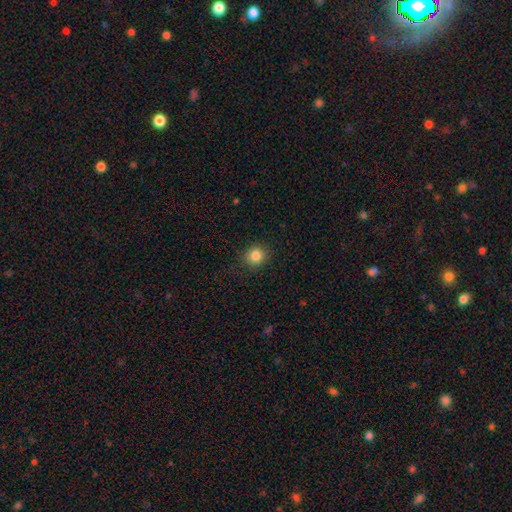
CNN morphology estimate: Q: Smooth or featured?
A: smooth (84%); runner-up: star or artifact (11%)
Q: How rounded?
A: round (82%); runner-up: in between (17%)
Q: Merging?
A: none (88%); runner-up: minor disturbance (8%)